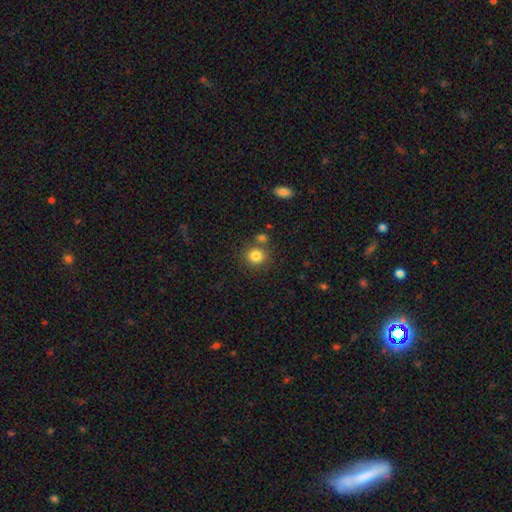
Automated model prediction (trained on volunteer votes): The model was most divided on "merging": none: 71%, merger: 15%, minor disturbance: 10%, major disturbance: 4%. More confident: how rounded — round (85%); smooth or featured — smooth (83%).